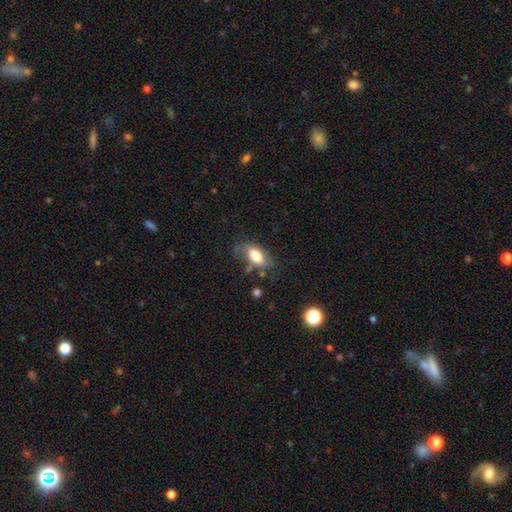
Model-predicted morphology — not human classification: Q: Smooth or featured?
A: smooth (75%); runner-up: featured or disk (18%)
Q: How rounded?
A: in between (86%); runner-up: cigar-shaped (10%)
Q: Merging?
A: none (58%); runner-up: minor disturbance (26%)